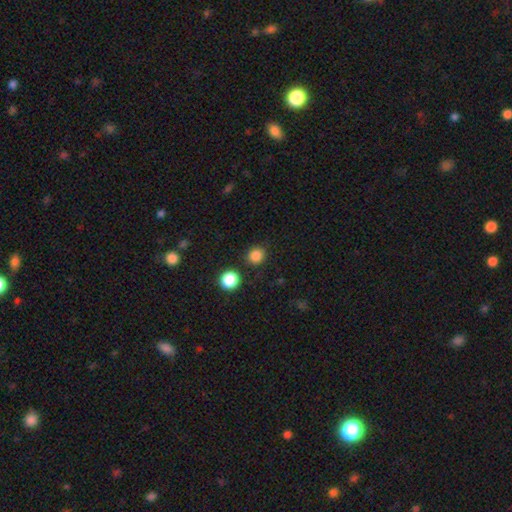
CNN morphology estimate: smooth 84%, star or artifact 12%, featured or disk 3%. Down the decision tree: how rounded — round (89%); merging — none (88%).